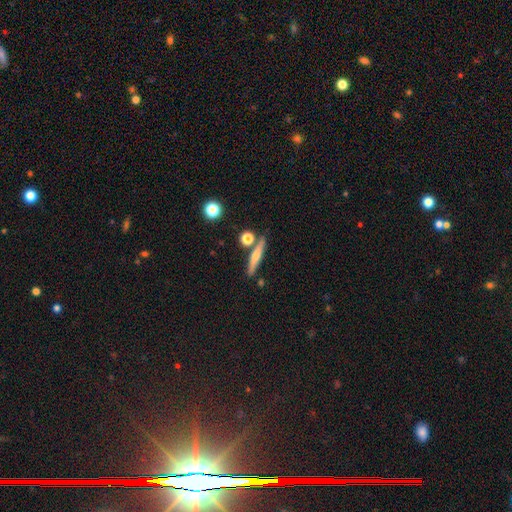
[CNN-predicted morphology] Overall: smooth (48%; featured or disk 45%). Merging: none (78%).